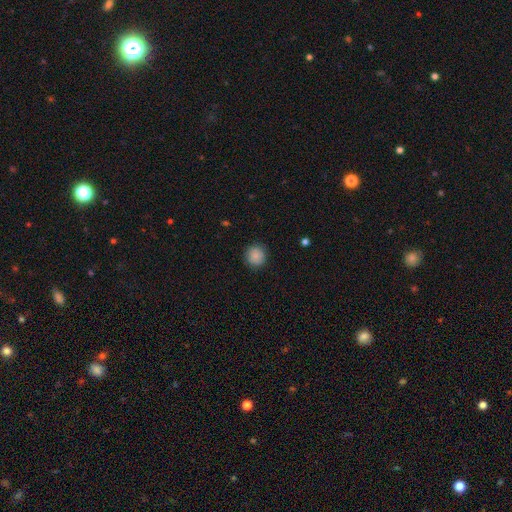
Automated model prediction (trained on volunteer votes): A smooth galaxy with no disk features (86%) that is round (92%).

Vote fractions:
- Smooth or featured? smooth: 86% / star or artifact: 9% / featured or disk: 5%
- How rounded? round: 92% / in between: 7% / cigar-shaped: 1%
- Merging? none: 88% / minor disturbance: 9% / major disturbance: 2% / merger: 1%